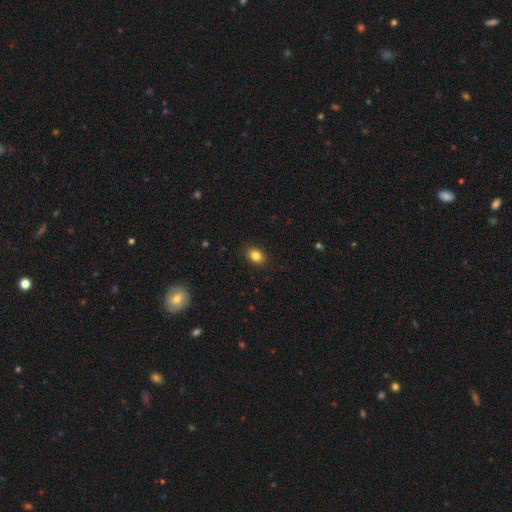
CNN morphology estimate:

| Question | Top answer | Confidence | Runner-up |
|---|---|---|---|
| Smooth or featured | smooth | 84% | star or artifact (10%) |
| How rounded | in between | 62% | round (37%) |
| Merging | none | 89% | minor disturbance (8%) |